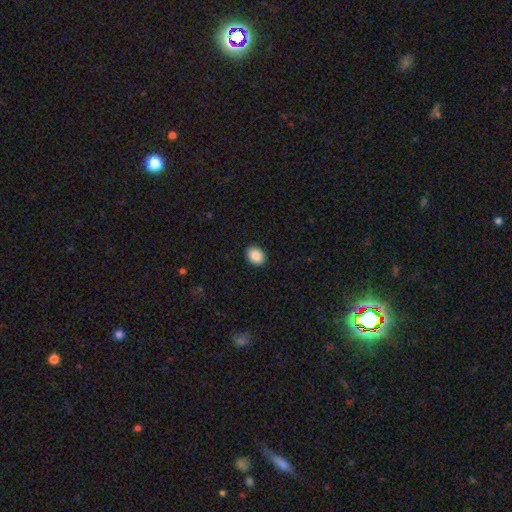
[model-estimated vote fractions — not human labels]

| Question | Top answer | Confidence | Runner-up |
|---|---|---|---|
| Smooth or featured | smooth | 90% | star or artifact (8%) |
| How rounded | in between | 65% | round (34%) |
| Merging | none | 91% | minor disturbance (6%) |